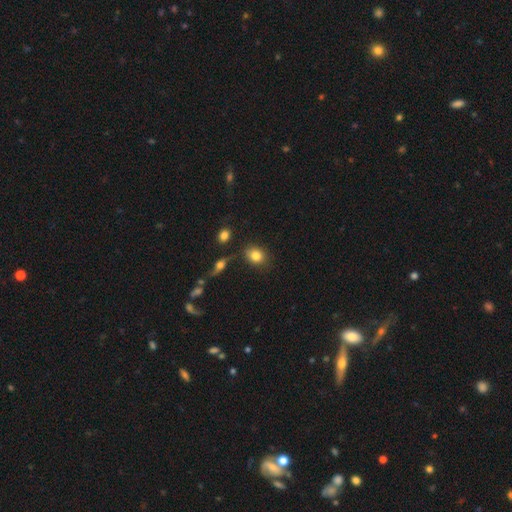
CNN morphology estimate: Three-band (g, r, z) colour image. It shows a smooth galaxy with no disk features (82%) that is in between round and cigar-shaped (52%). Merging: none (76%).